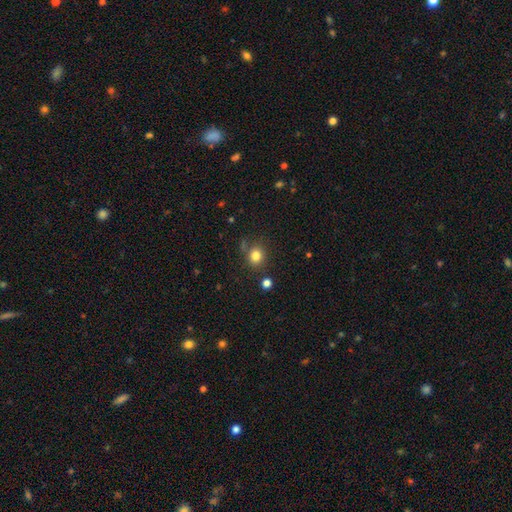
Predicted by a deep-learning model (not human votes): A smooth galaxy with no disk features (80%) that is round (79%).

Vote fractions:
- Smooth or featured? smooth: 80% / star or artifact: 13% / featured or disk: 7%
- How rounded? round: 79% / in between: 21% / cigar-shaped: 1%
- Merging? none: 77% / minor disturbance: 12% / merger: 7% / major disturbance: 4%